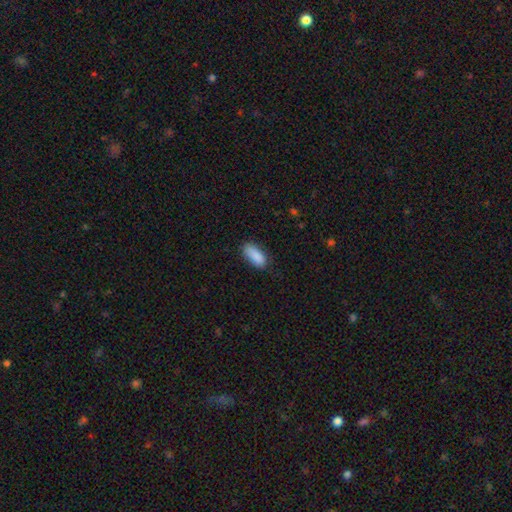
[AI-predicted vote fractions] Smooth or featured? Predicted: smooth (p=0.89). How rounded? Predicted: in between (p=0.82). Merging? Predicted: none (p=0.76).